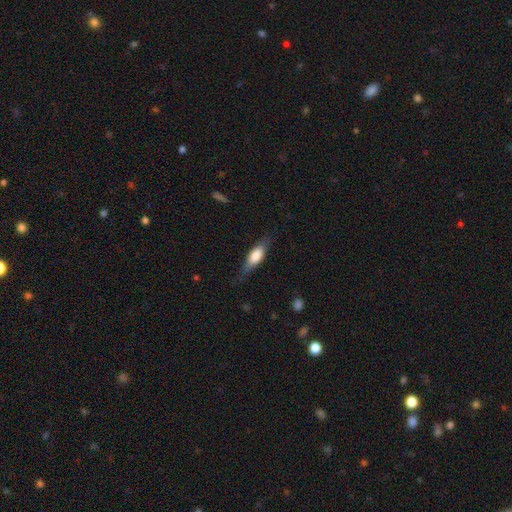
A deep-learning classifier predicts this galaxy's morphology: Q: Smooth or featured?
A: smooth (61%); runner-up: featured or disk (33%)
Q: How rounded?
A: in between (55%); runner-up: cigar-shaped (42%)
Q: Merging?
A: none (71%); runner-up: minor disturbance (21%)